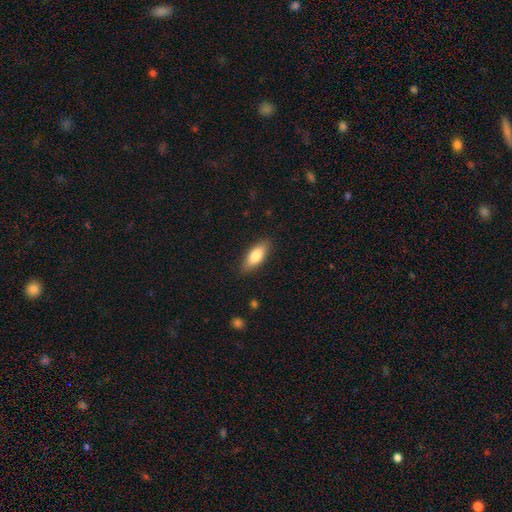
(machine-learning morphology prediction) smooth_or_featured: smooth (p=0.80) [alt: featured or disk p=0.15]
how_rounded: in between (p=0.75) [alt: cigar-shaped p=0.23]
merging: none (p=0.85) [alt: minor disturbance p=0.12]